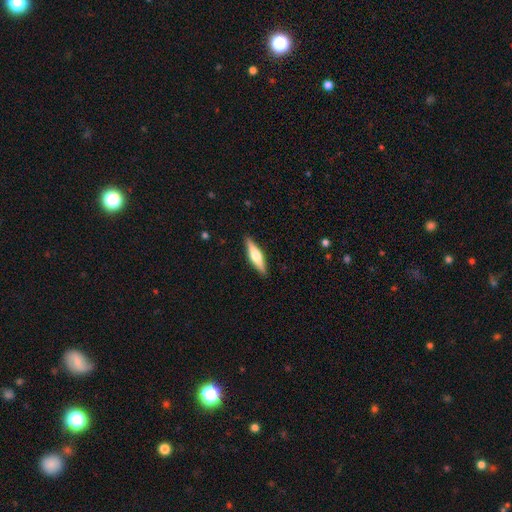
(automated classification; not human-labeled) Overall: featured or disk (56%; smooth 39%). Edge-on disk: yes (96%). Edge-on bulge: rounded (90%). Merging: none (90%).